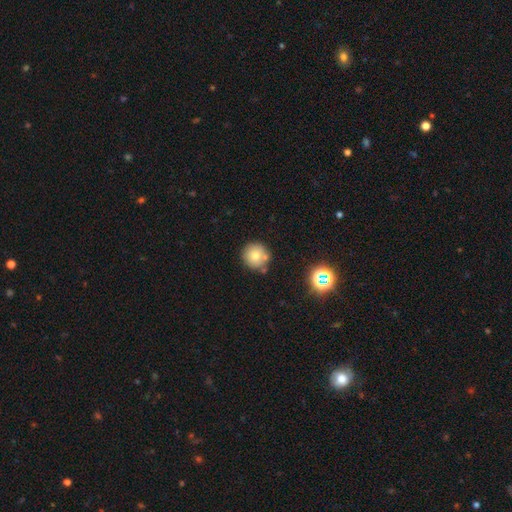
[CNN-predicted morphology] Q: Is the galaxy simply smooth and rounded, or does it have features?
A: smooth — 73%.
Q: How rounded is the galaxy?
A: round — 94%.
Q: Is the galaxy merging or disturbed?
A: none — 74%.